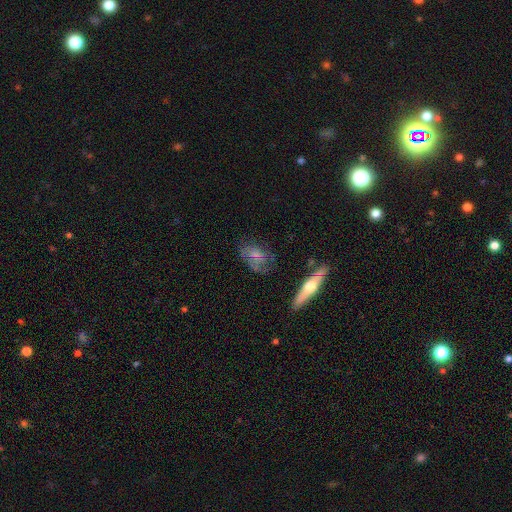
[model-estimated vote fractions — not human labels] A smooth galaxy with no disk features (47%).

Vote fractions:
- Smooth or featured? smooth: 47% / featured or disk: 44% / star or artifact: 9%
- Merging? none: 52% / minor disturbance: 27% / major disturbance: 17% / merger: 4%